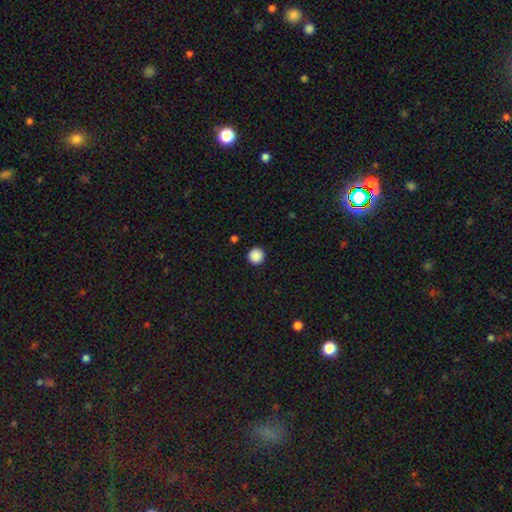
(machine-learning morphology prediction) A smooth galaxy with no disk features (89%) that is round (96%). Merging: none (93%).